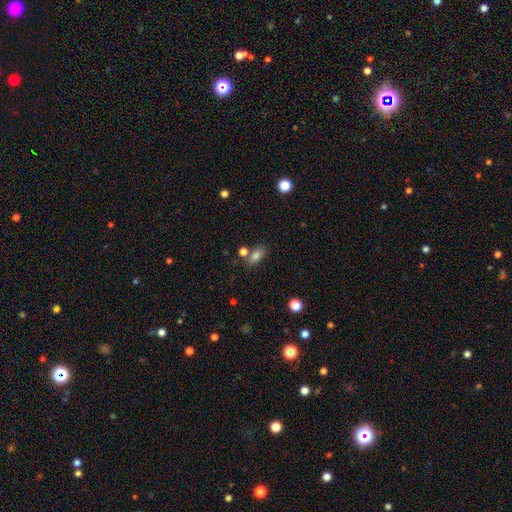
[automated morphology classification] smooth 80%, star or artifact 11%, featured or disk 9%. Down the decision tree: how rounded — in between (85%); merging — none (65%).